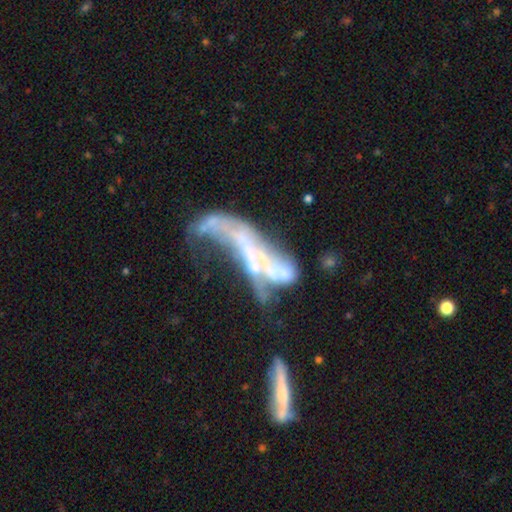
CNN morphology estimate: smooth_or_featured: featured or disk (p=0.68) [alt: smooth p=0.19]
disk_edge_on: no (p=0.78) [alt: yes p=0.22]
bar: no (p=0.67) [alt: weak p=0.18]
has_spiral_arms: no (p=0.61) [alt: yes p=0.39]
bulge_size: none (p=0.50) [alt: small p=0.32]
merging: merger (p=0.40) [alt: major disturbance p=0.36]